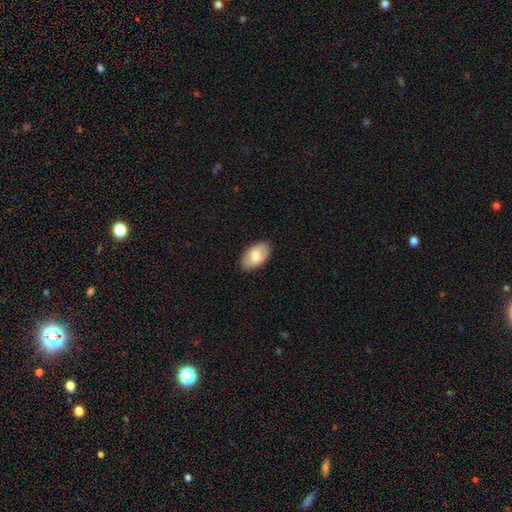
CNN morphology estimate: Q: Smooth or featured?
A: smooth (72%); runner-up: featured or disk (22%)
Q: How rounded?
A: in between (95%); runner-up: round (4%)
Q: Merging?
A: none (86%); runner-up: minor disturbance (10%)